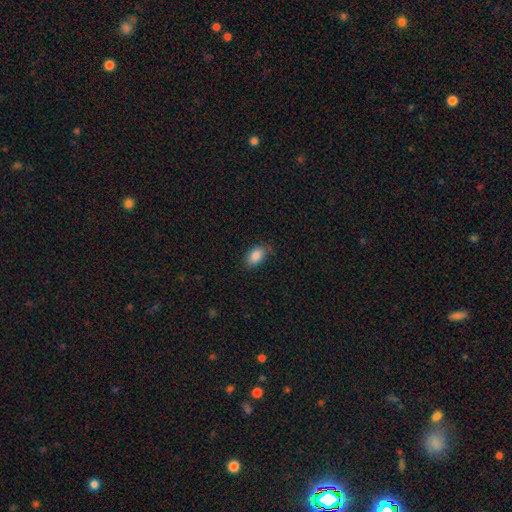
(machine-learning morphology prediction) Q: Smooth or featured?
A: smooth (87%); runner-up: star or artifact (8%)
Q: How rounded?
A: in between (91%); runner-up: round (7%)
Q: Merging?
A: none (75%); runner-up: minor disturbance (20%)